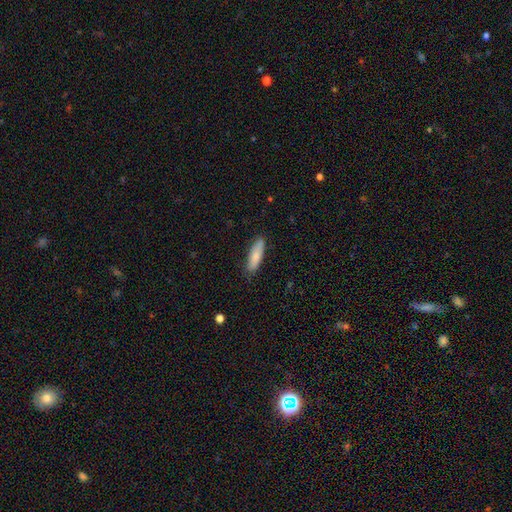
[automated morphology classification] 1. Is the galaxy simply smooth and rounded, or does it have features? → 79% smooth, 15% featured or disk, 6% star or artifact.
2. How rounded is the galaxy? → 56% cigar-shaped, 42% in between, 2% round.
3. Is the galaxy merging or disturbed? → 85% none, 12% minor disturbance, 2% major disturbance, 1% merger.